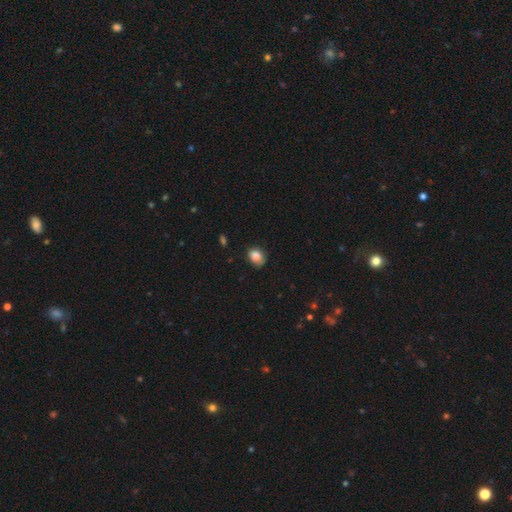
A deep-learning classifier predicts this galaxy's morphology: Smooth or featured?
  - smooth: 85% *
  - star or artifact: 9%
  - featured or disk: 6%
How rounded?
  - round: 52% *
  - in between: 47%
  - cigar-shaped: 1%
Merging?
  - none: 70% *
  - minor disturbance: 24%
  - major disturbance: 5%
  - merger: 2%